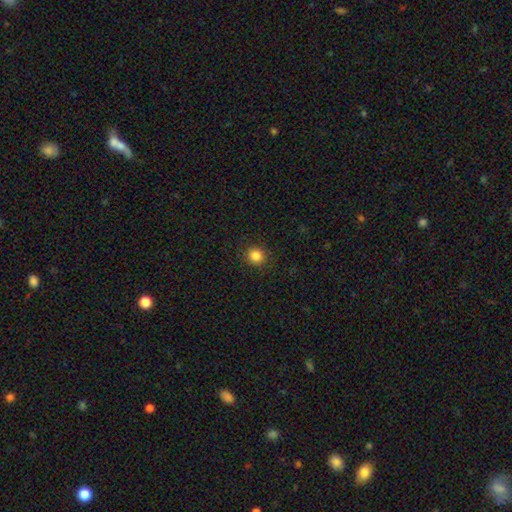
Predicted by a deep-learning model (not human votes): smooth-or-featured: smooth: 85% | star or artifact: 11% | featured or disk: 4%
  how-rounded: round: 90% | in between: 9% | cigar-shaped: 1%
  merging: none: 91% | minor disturbance: 6% | major disturbance: 2% | merger: 1%